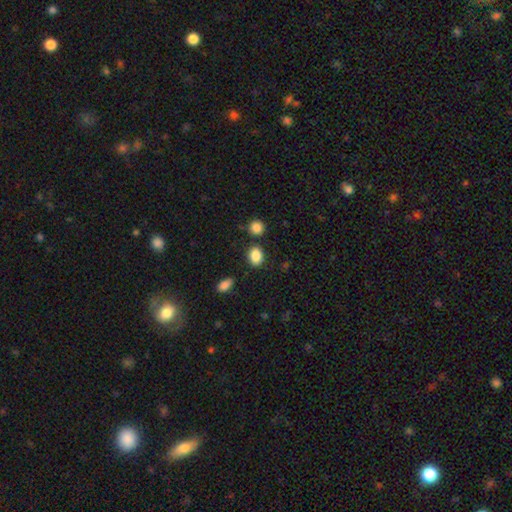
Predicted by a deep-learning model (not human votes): smooth 87%, star or artifact 9%, featured or disk 4%. Down the decision tree: how rounded — in between (63%); merging — none (80%).